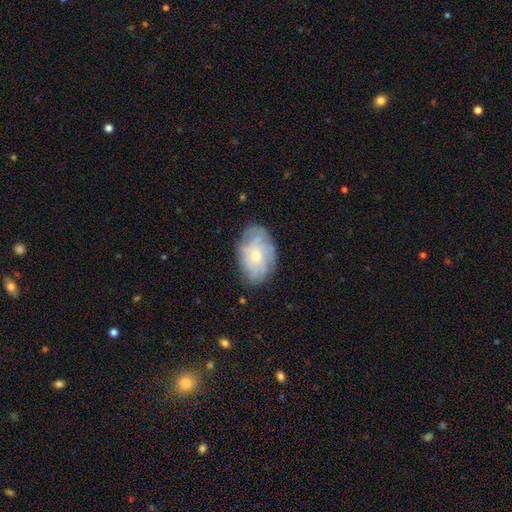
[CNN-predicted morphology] Smooth or featured? Predicted: featured or disk (p=0.47). Merging? Predicted: none (p=0.70).